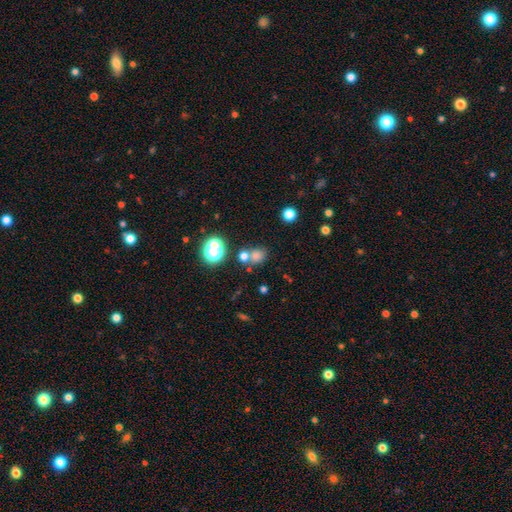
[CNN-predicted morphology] This appears to be a smooth galaxy with no disk features (68%) that is round (70%). Merging: none (58%).